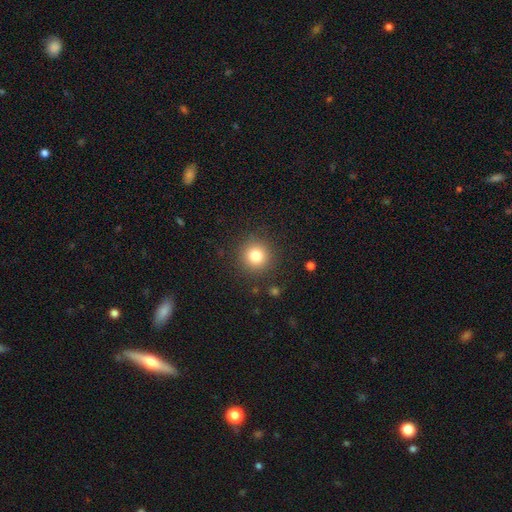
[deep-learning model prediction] The model was most divided on "smooth or featured": smooth: 81%, star or artifact: 12%, featured or disk: 7%. More confident: how rounded — round (94%); merging — none (89%).